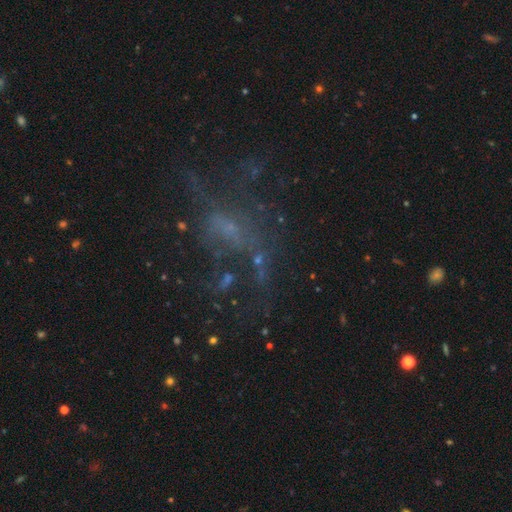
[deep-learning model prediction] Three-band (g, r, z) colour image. It shows a featured or disk galaxy (51%). Merging: none (42%).